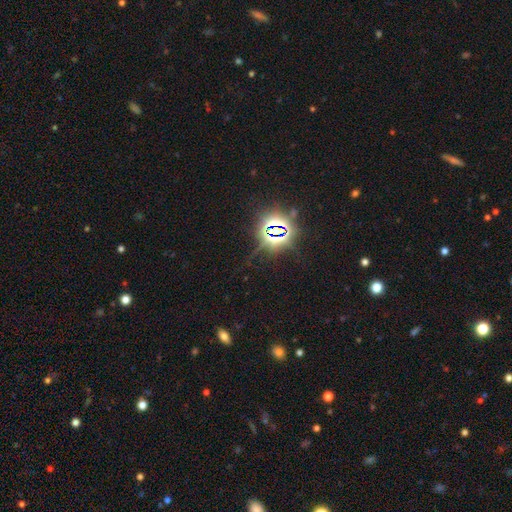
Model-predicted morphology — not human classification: Smooth or featured? Predicted: star or artifact (p=0.82).